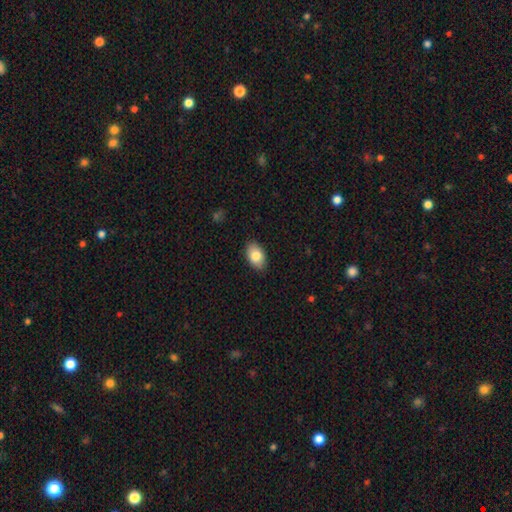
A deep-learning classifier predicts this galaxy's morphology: The model was most divided on "smooth or featured": smooth: 84%, featured or disk: 10%, star or artifact: 7%. More confident: how rounded — in between (91%); merging — none (87%).